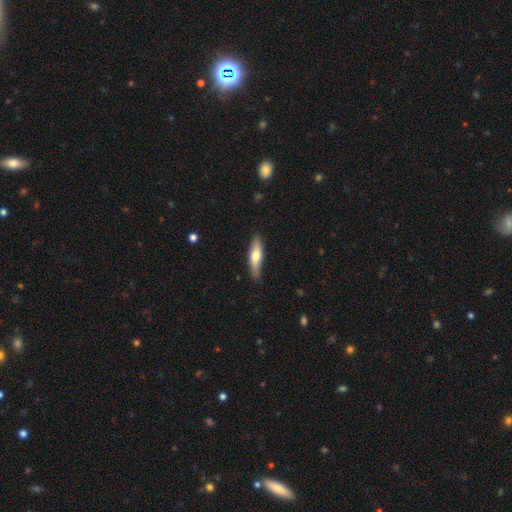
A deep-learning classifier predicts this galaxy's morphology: type=smooth (64%); roundness=cigar-shaped (62%); merging=none (82%).